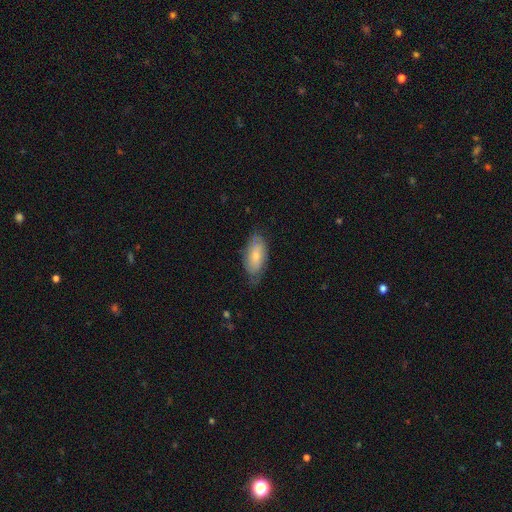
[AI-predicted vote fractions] Smooth or featured? smooth (67%)
How rounded? in between (88%)
Merging? none (65%)